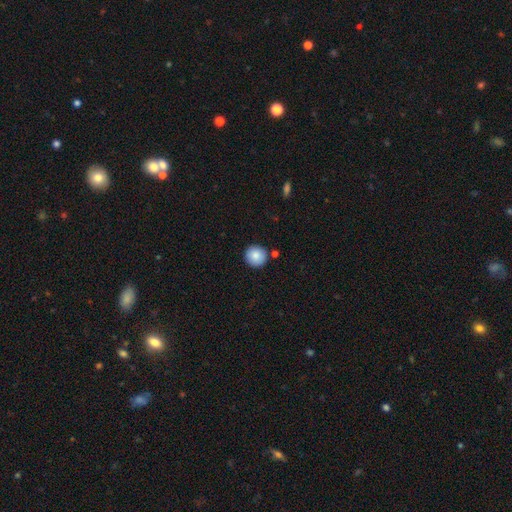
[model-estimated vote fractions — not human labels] Smooth or featured? smooth (87%)
How rounded? round (94%)
Merging? none (86%)